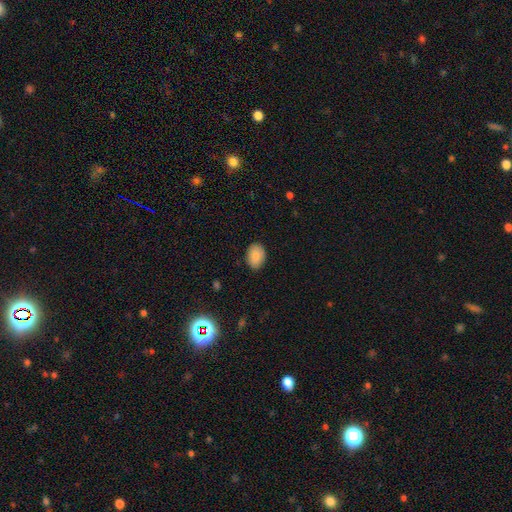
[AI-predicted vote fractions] A smooth galaxy with no disk features (86%) that is in between round and cigar-shaped (81%). Merging: none (86%).